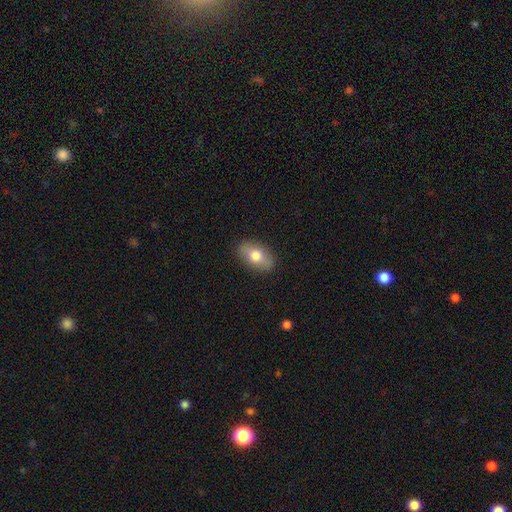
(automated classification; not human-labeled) This is likely a smooth galaxy (73%). How rounded: clearly in between (89%). Merging: clearly none (87%).